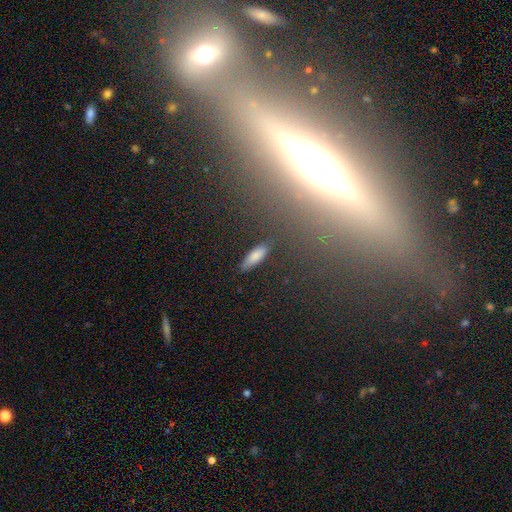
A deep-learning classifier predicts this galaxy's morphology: smooth 82%, featured or disk 11%, star or artifact 8%. Down the decision tree: how rounded — cigar-shaped (51%); merging — none (84%).